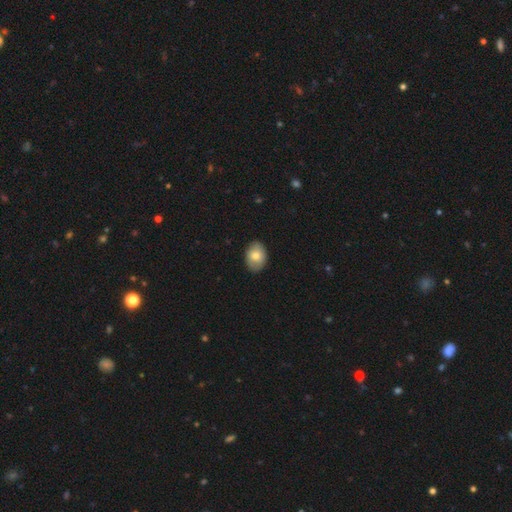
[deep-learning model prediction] Smooth or featured? smooth (75%)
How rounded? in between (78%)
Merging? none (85%)